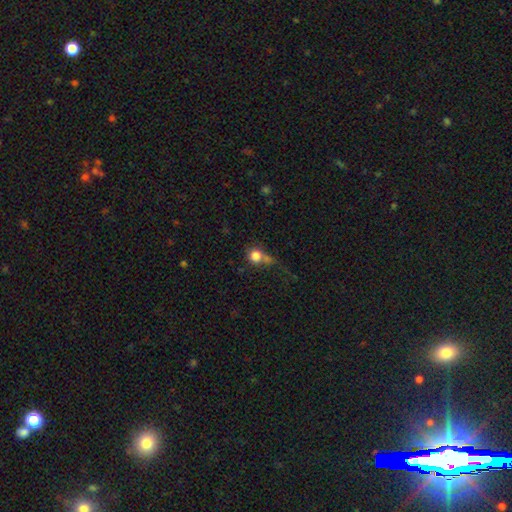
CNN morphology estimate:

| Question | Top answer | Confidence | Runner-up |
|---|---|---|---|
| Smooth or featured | smooth | 78% | star or artifact (11%) |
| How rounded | round | 86% | in between (13%) |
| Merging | none | 40% | merger (27%) |